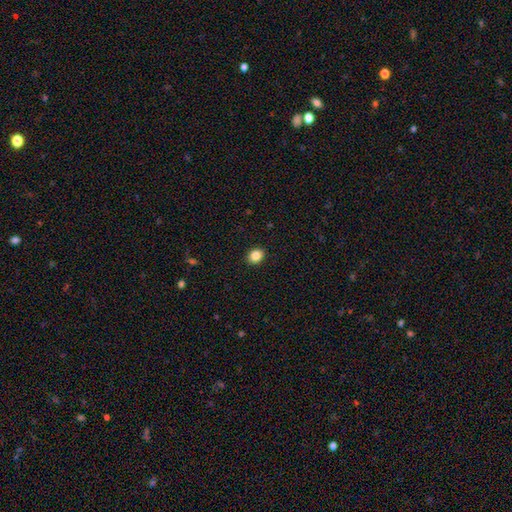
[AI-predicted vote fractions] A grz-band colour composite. It shows a smooth galaxy with no disk features (86%) that is round (58%). Merging: none (92%).